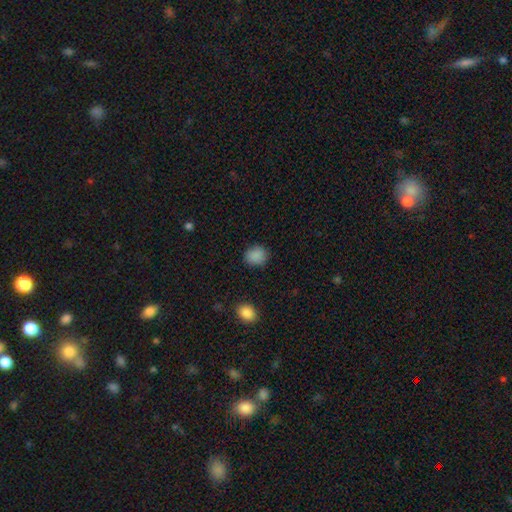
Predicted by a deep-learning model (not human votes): Smooth or featured: smooth — 87% (star or artifact — 10%)
How rounded: round — 71% (in between — 28%)
Merging: none — 86% (minor disturbance — 10%)